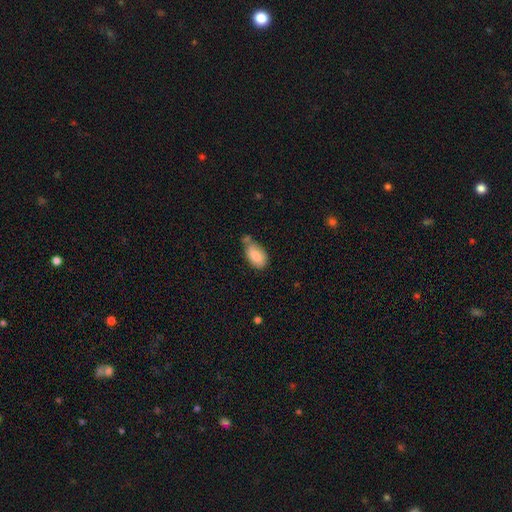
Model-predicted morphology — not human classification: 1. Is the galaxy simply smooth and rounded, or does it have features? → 85% smooth, 8% featured or disk, 7% star or artifact.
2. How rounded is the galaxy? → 93% in between, 5% round, 2% cigar-shaped.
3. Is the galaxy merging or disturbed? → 45% none, 27% minor disturbance, 21% merger, 7% major disturbance.